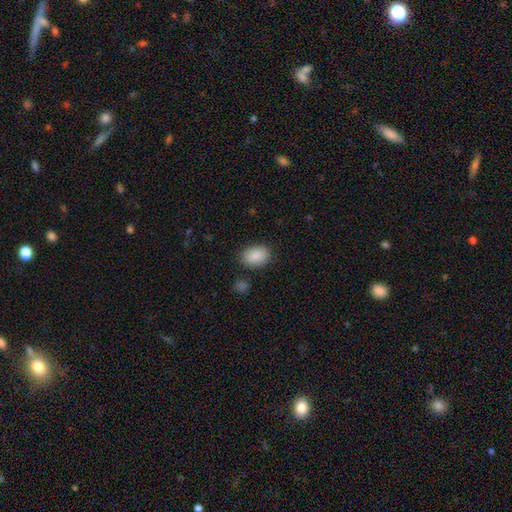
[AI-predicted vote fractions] smooth-or-featured: smooth: 89% | star or artifact: 7% | featured or disk: 5%
  how-rounded: in between: 85% | round: 14% | cigar-shaped: 1%
  merging: none: 82% | minor disturbance: 12% | major disturbance: 3% | merger: 3%